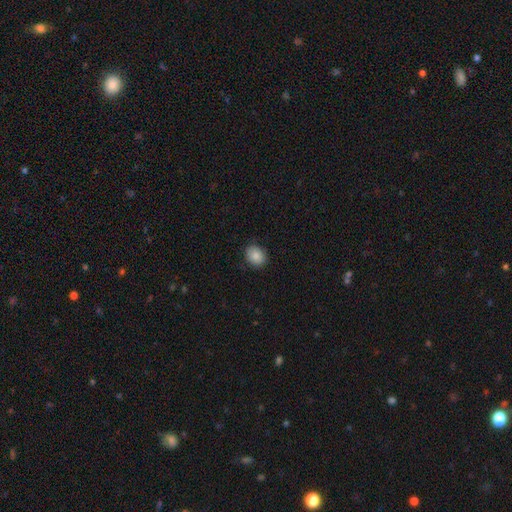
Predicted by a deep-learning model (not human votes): Overall: smooth (86%). How rounded: round (53%; in between 46%). Merging: none (85%).